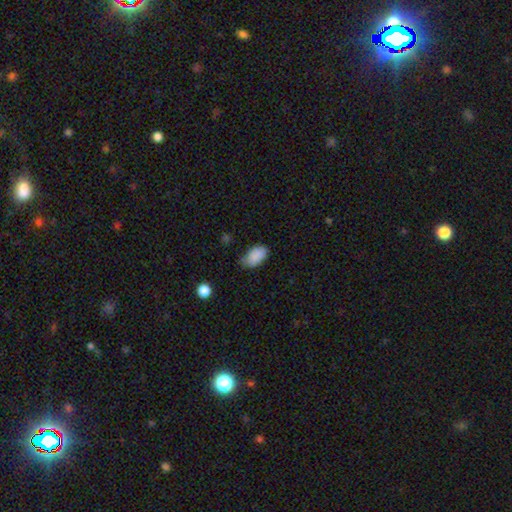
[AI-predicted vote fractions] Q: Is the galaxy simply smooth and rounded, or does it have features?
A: smooth — 88%.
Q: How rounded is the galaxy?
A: in between — 93%.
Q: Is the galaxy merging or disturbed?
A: none — 63%.